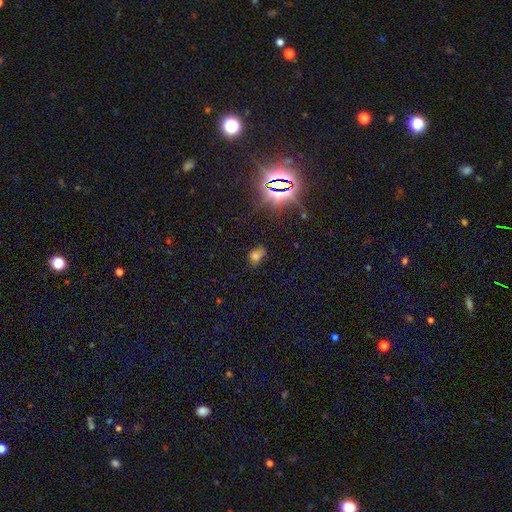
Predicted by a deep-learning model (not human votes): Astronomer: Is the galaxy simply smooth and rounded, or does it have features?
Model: smooth — 46% (runner-up: star or artifact, 41%).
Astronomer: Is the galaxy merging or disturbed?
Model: none — 66%.